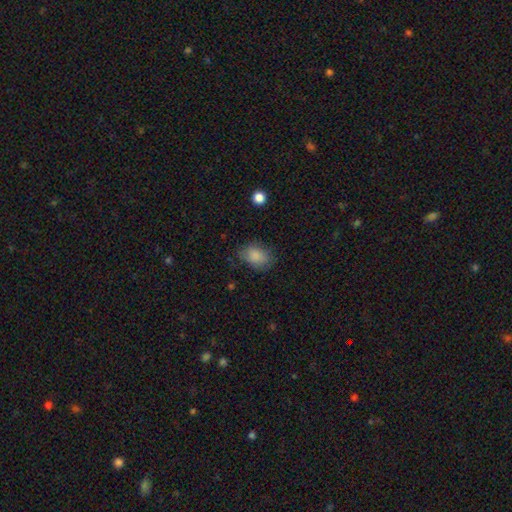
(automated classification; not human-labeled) smooth-or-featured: smooth: 84% | star or artifact: 9% | featured or disk: 8%
  how-rounded: in between: 77% | round: 21% | cigar-shaped: 1%
  merging: none: 68% | minor disturbance: 23% | major disturbance: 8% | merger: 2%